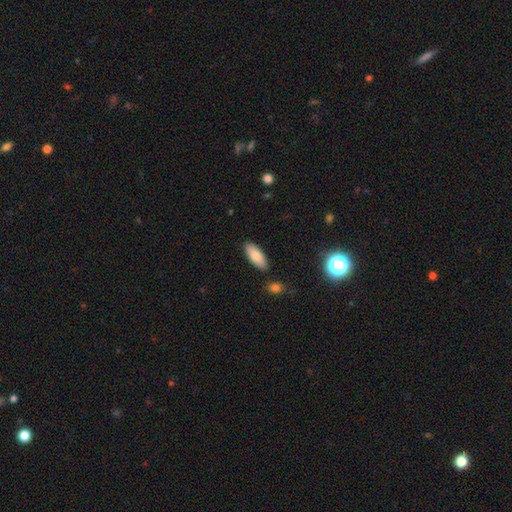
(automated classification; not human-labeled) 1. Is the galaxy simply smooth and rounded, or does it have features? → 83% smooth, 10% featured or disk, 7% star or artifact.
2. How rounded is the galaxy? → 80% in between, 18% cigar-shaped, 2% round.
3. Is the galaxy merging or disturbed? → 87% none, 9% minor disturbance, 3% merger, 2% major disturbance.